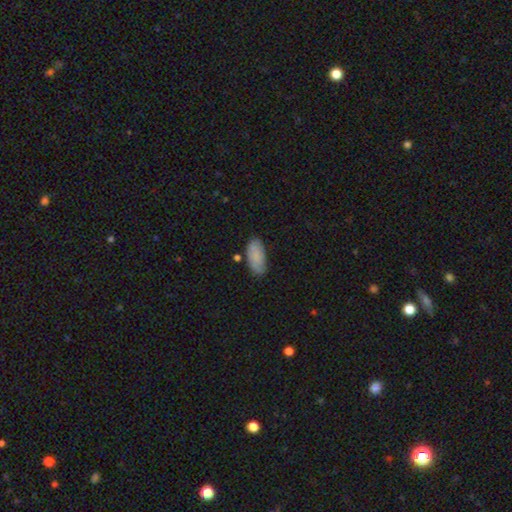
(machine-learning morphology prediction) type=smooth (84%); roundness=in between (91%); merging=none (75%).